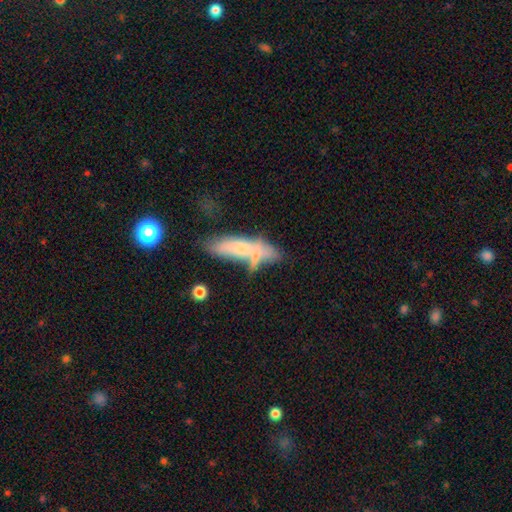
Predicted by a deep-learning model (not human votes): Smooth or featured? smooth (64%)
How rounded? in between (50%)
Merging? merger (45%)